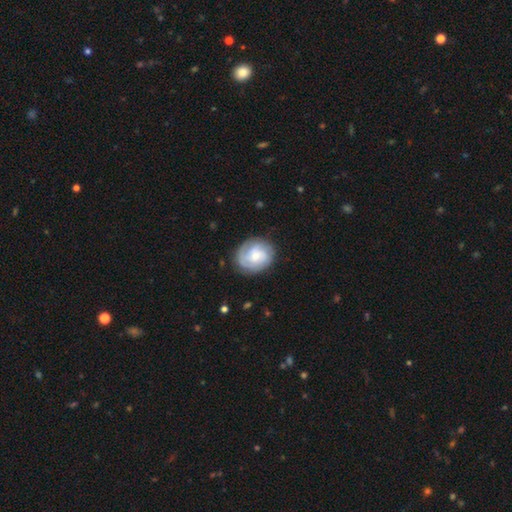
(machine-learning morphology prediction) This is likely a featured or disk galaxy (64%). It is clearly not viewed edge-on (98%). Bar: likely no (64%). Spiral arm pattern: clearly yes (90%). Spiral arm count: marginally can't tell (32%). Spiral winding: possibly tight (58%). Central bulge: possibly small (48%). Merging: likely none (77%).